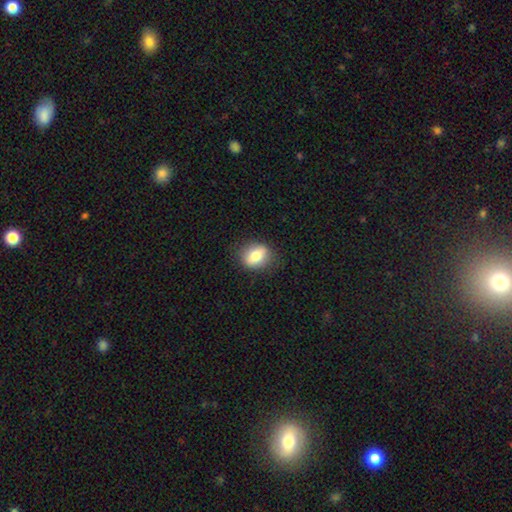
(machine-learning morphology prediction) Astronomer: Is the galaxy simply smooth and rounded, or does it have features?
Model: smooth — 74%.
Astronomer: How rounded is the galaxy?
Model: in between — 52% (runner-up: round, 46%).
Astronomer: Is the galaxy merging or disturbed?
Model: none — 84%.